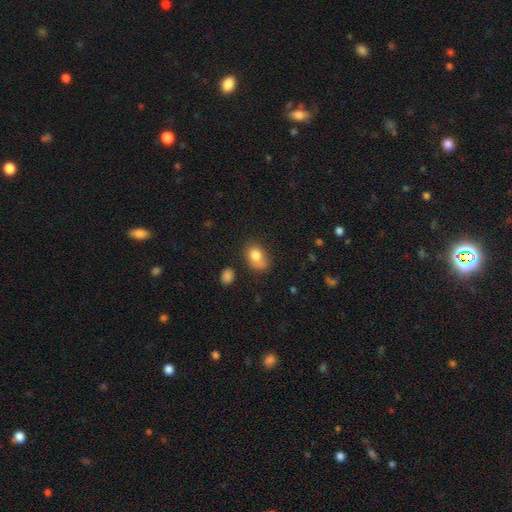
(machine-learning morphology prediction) Smooth or featured? Predicted: smooth (p=0.80). How rounded? Predicted: in between (p=0.71). Merging? Predicted: none (p=0.47).